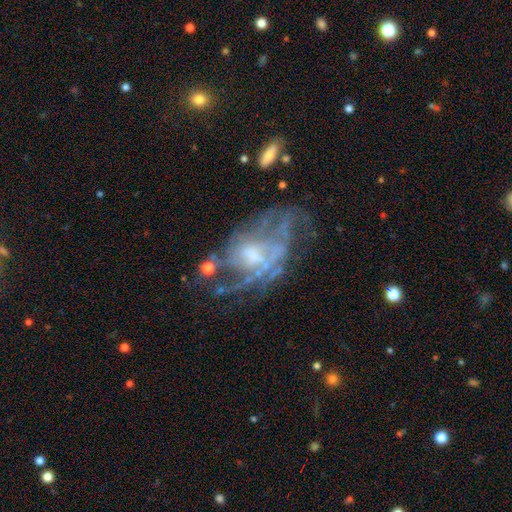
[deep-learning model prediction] featured or disk 78%, smooth 12%, star or artifact 10%. Down the decision tree: edge-on disk — no (96%); bar — no (59%); spiral arms — yes (68%); spiral arm count — can't tell (47%); spiral winding — medium (38%); bulge size — moderate (40%); merging — none (41%).